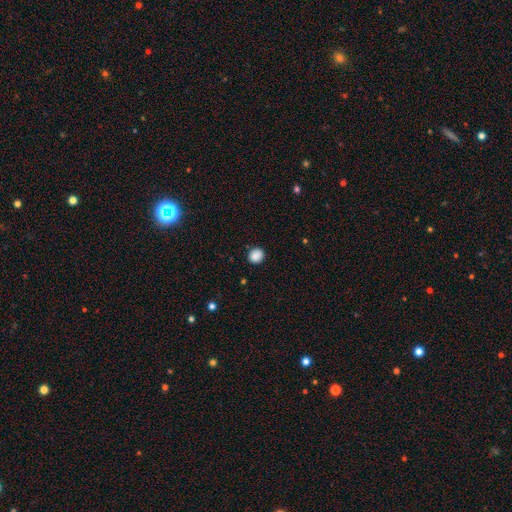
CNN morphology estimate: This is clearly a smooth galaxy (88%). How rounded: likely round (77%). Merging: clearly none (89%).